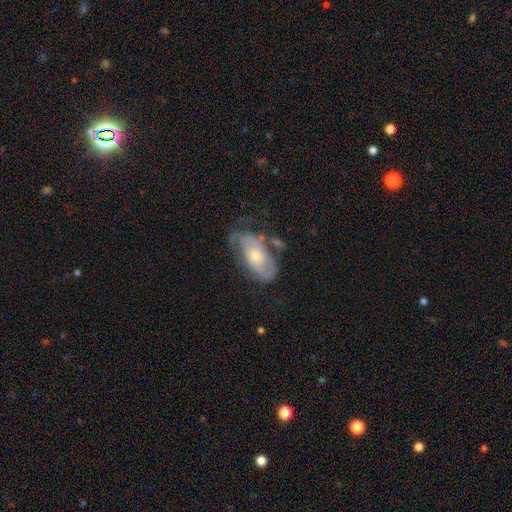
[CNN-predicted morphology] Smooth or featured? featured or disk (70%)
Edge-on disk? no (92%)
Bar? no (75%)
Spiral arms? yes (72%)
Bulge size? moderate (50%)
Merging? none (47%)